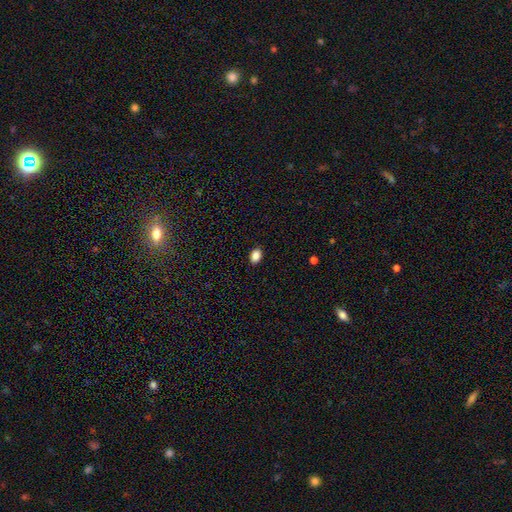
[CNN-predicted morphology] Smooth or featured?
  - smooth: 87% *
  - star or artifact: 9%
  - featured or disk: 4%
How rounded?
  - in between: 82% *
  - round: 17%
  - cigar-shaped: 1%
Merging?
  - none: 90% *
  - minor disturbance: 7%
  - major disturbance: 2%
  - merger: 1%